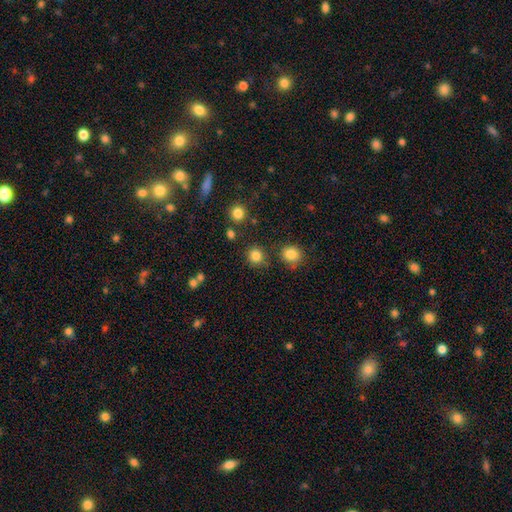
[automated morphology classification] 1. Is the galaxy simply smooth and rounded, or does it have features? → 83% smooth, 13% star or artifact, 4% featured or disk.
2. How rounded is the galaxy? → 89% round, 10% in between, 1% cigar-shaped.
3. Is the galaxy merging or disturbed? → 82% none, 9% minor disturbance, 6% merger, 3% major disturbance.